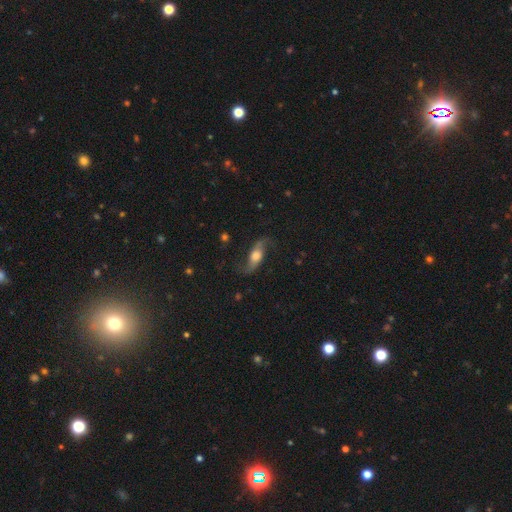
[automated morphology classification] This is likely a featured or disk galaxy (75%). It is clearly not viewed edge-on (84%). Bar: possibly no (57%). Spiral arm pattern: clearly yes (94%). Spiral arm count: clearly 2 (93%). Spiral winding: clearly loose (84%). Central bulge: marginally large (42%). Merging: likely none (73%).